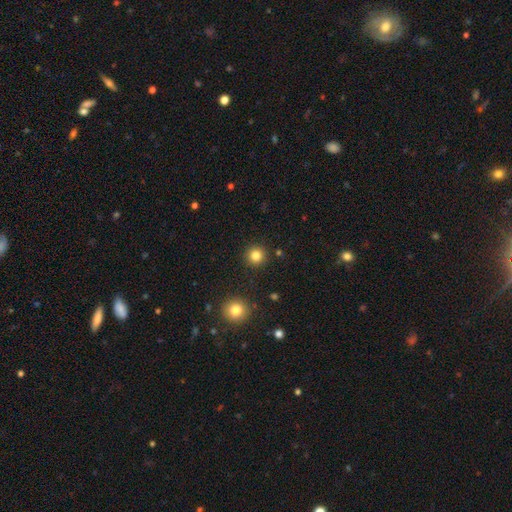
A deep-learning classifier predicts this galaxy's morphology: smooth_or_featured: smooth (p=0.83) [alt: star or artifact p=0.12]
how_rounded: round (p=0.94) [alt: in between p=0.05]
merging: none (p=0.91) [alt: minor disturbance p=0.05]